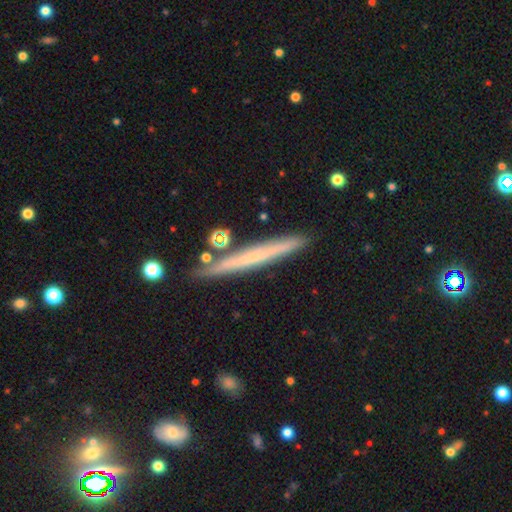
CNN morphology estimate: Overall: smooth (47%; featured or disk 45%). Merging: none (84%).